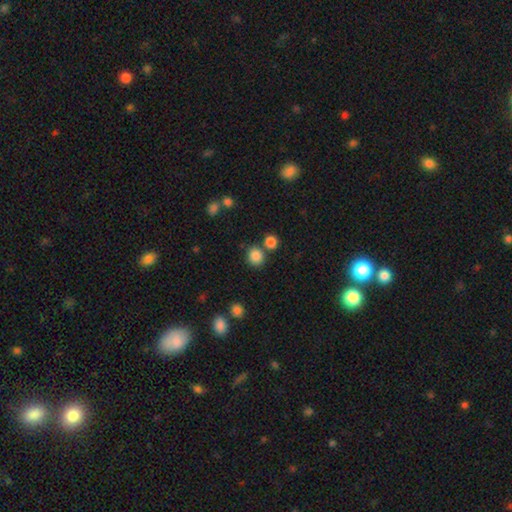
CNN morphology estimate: Smooth or featured: smooth — 85% (star or artifact — 11%)
How rounded: round — 80% (in between — 19%)
Merging: none — 72% (merger — 16%)